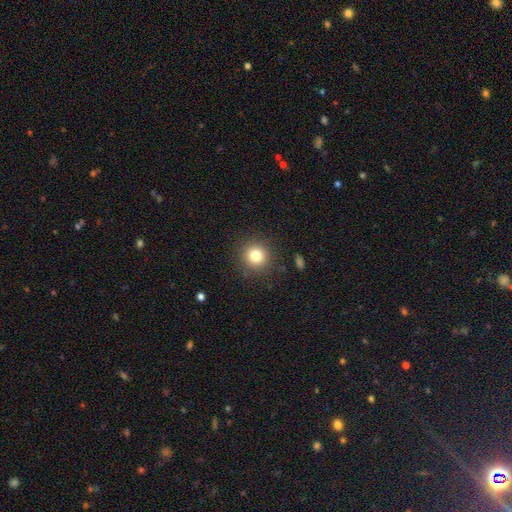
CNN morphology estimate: smooth-or-featured: smooth: 80% | star or artifact: 12% | featured or disk: 8%
  how-rounded: round: 93% | in between: 6% | cigar-shaped: 1%
  merging: none: 89% | minor disturbance: 7% | major disturbance: 3% | merger: 1%